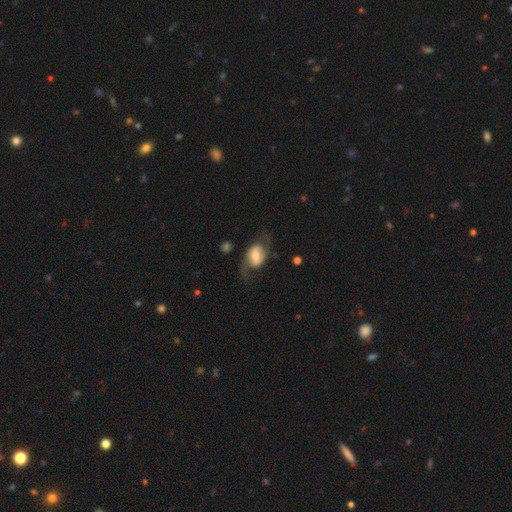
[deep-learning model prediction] featured or disk 62%, smooth 31%, star or artifact 7%. Down the decision tree: edge-on disk — no (95%); bar — weak (42%); spiral arms — yes (81%); bulge size — moderate (50%); merging — none (59%).